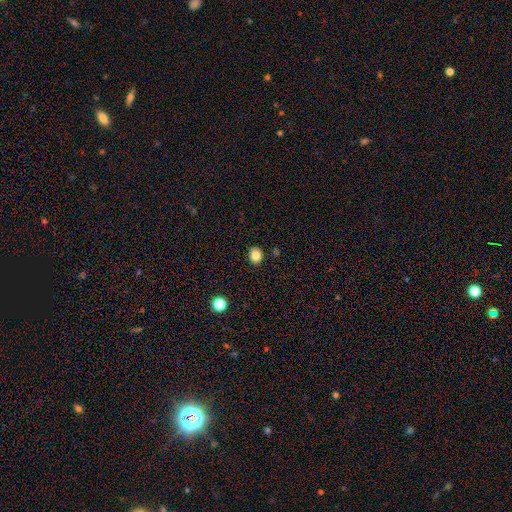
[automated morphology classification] Smooth or featured: smooth — 84% (star or artifact — 11%)
How rounded: round — 60% (in between — 40%)
Merging: none — 89% (minor disturbance — 8%)